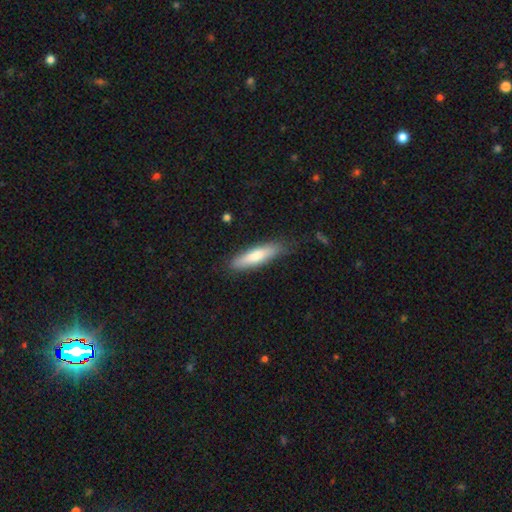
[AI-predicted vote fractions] Q: Smooth or featured?
A: smooth (71%); runner-up: featured or disk (23%)
Q: How rounded?
A: cigar-shaped (74%); runner-up: in between (24%)
Q: Merging?
A: none (82%); runner-up: minor disturbance (14%)